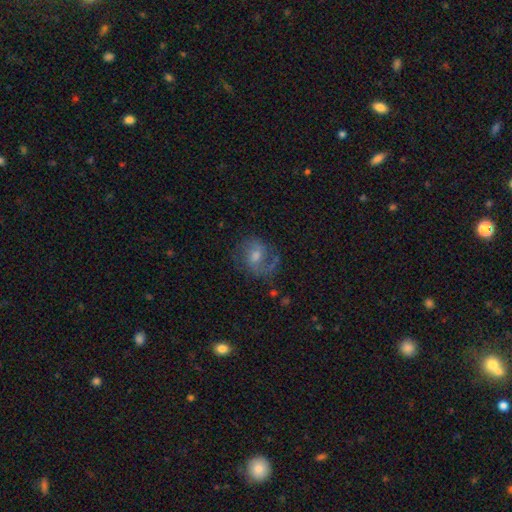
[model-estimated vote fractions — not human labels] This is likely a featured or disk galaxy (71%). It is clearly not viewed edge-on (98%). Bar: possibly no (45%, tied with weak). Spiral arm pattern: clearly yes (92%). Spiral arm count: likely 2 (69%). Spiral winding: possibly medium (50%). Central bulge: possibly moderate (55%). Merging: likely none (67%).